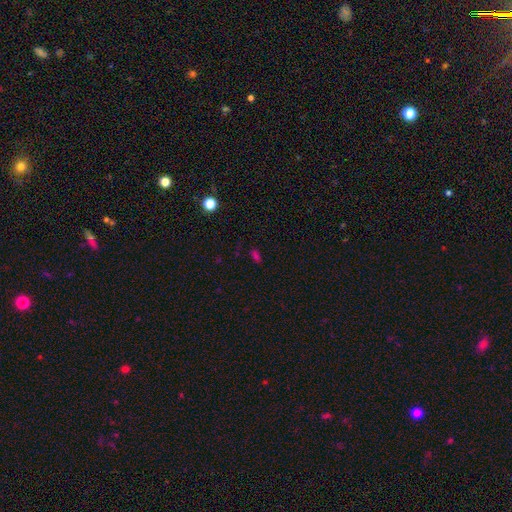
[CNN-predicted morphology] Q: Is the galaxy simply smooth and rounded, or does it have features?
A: smooth — 61%.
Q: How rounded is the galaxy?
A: in between — 82%.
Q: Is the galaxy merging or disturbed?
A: none — 79%.